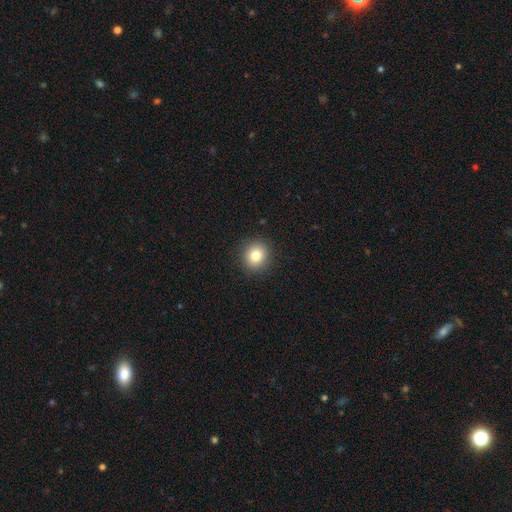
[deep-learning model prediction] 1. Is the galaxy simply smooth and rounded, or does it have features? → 81% smooth, 11% star or artifact, 8% featured or disk.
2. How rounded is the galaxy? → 88% round, 11% in between, 1% cigar-shaped.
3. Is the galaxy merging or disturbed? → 91% none, 6% minor disturbance, 2% major disturbance, 1% merger.